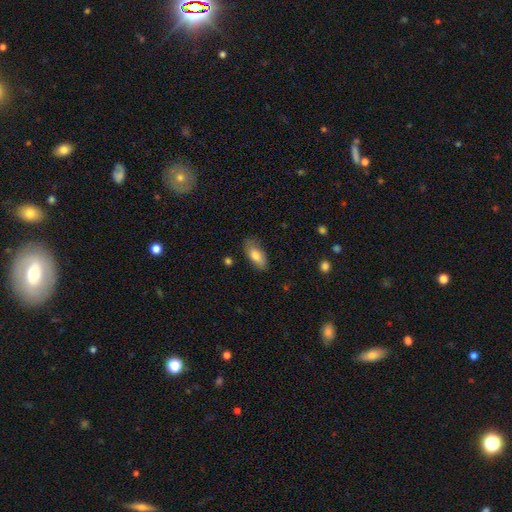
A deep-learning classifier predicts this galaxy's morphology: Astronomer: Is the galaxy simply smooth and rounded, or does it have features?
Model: smooth — 76%.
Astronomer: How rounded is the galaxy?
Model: in between — 86%.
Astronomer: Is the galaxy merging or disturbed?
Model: none — 75%.